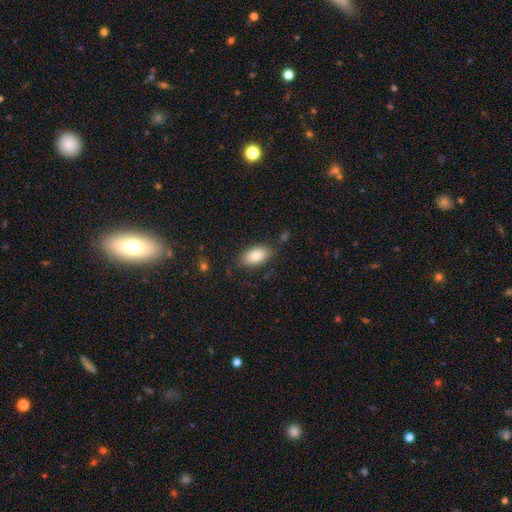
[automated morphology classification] Overall: smooth (83%). How rounded: in between (93%). Merging: none (80%).